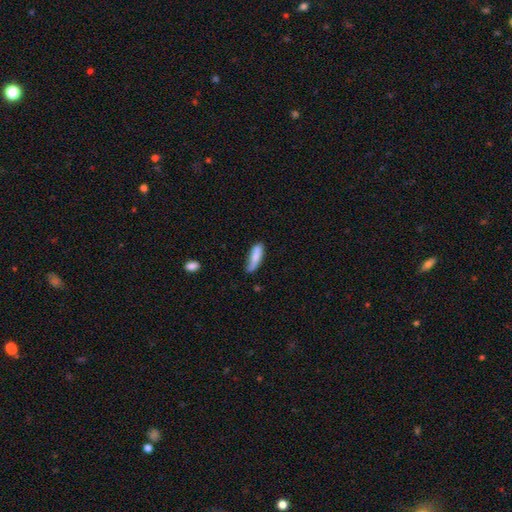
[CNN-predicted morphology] Q: Smooth or featured?
A: smooth (80%); runner-up: featured or disk (14%)
Q: How rounded?
A: cigar-shaped (55%); runner-up: in between (43%)
Q: Merging?
A: none (53%); runner-up: minor disturbance (35%)